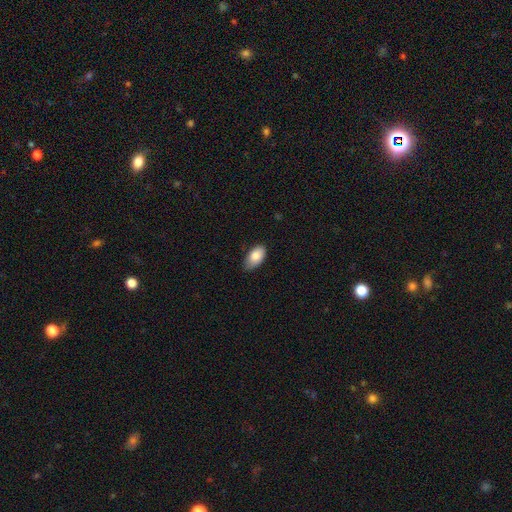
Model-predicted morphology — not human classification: Overall: smooth (83%). How rounded: in between (94%). Merging: none (73%).